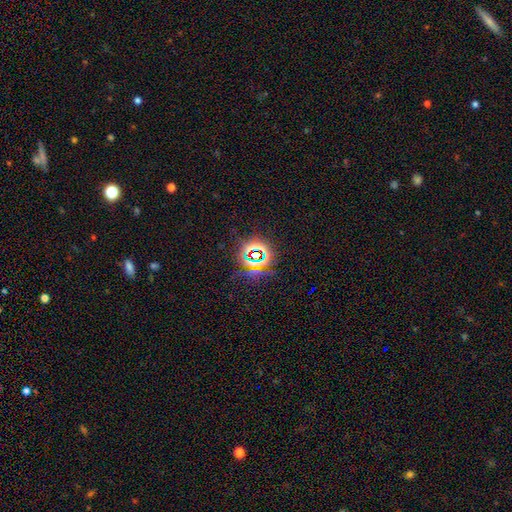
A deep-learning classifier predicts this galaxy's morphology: A star or artifact, not a galaxy (74%).